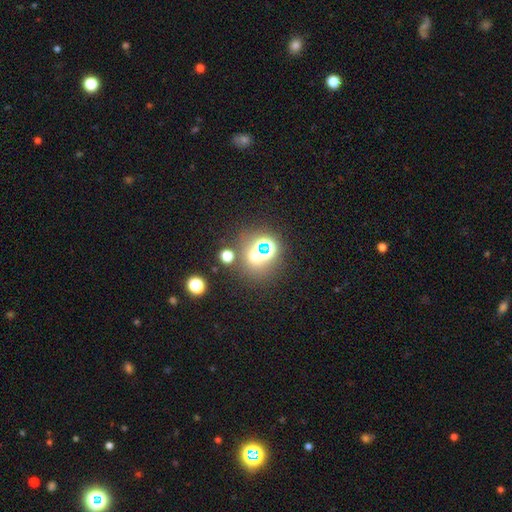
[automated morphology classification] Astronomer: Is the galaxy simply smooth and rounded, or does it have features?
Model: star or artifact — 48% (runner-up: smooth, 41%).